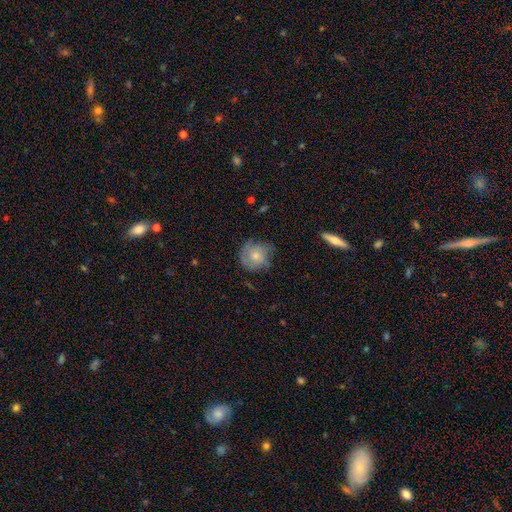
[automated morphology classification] A smooth galaxy with no disk features (59%) that is round (85%).

Vote fractions:
- Smooth or featured? smooth: 59% / featured or disk: 34% / star or artifact: 8%
- How rounded? round: 85% / in between: 14% / cigar-shaped: 1%
- Merging? none: 61% / minor disturbance: 28% / major disturbance: 9% / merger: 1%